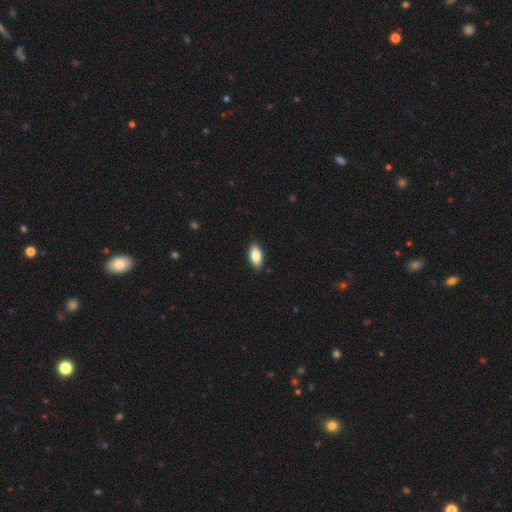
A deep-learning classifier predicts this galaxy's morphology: A smooth galaxy with no disk features (84%) that is in between round and cigar-shaped (92%). Merging: none (88%).